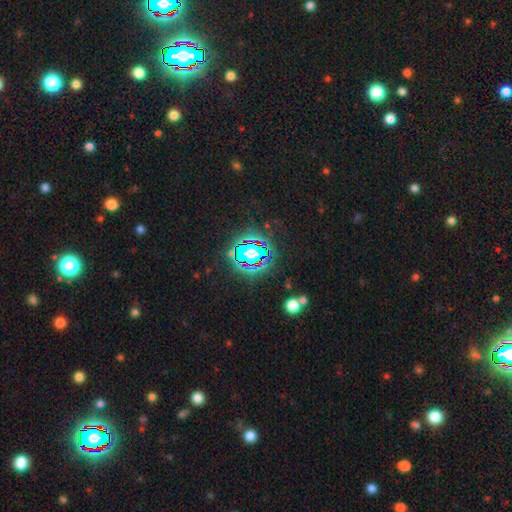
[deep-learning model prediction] star or artifact 82%, smooth 11%, featured or disk 7%.